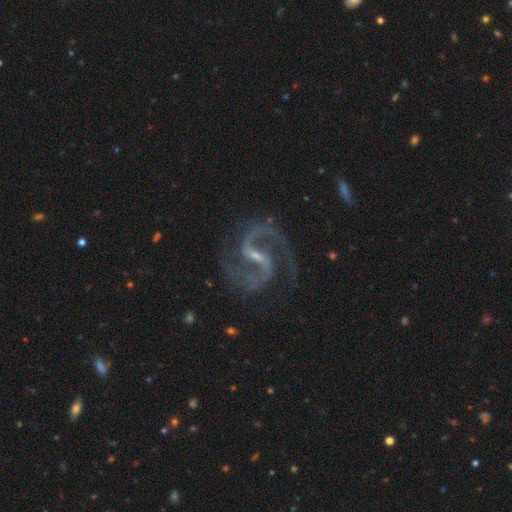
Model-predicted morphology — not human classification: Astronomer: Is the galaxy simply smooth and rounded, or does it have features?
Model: featured or disk — 94%.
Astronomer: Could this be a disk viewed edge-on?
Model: no — 98%.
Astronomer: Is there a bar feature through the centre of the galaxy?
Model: weak — 44%, tied with strong at 44%.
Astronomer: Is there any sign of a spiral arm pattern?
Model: yes — 99%.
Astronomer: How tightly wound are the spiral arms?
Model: medium — 64%.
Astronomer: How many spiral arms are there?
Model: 2 — 94%.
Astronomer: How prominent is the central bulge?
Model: small — 70%.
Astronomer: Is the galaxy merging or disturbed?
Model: none — 79%.